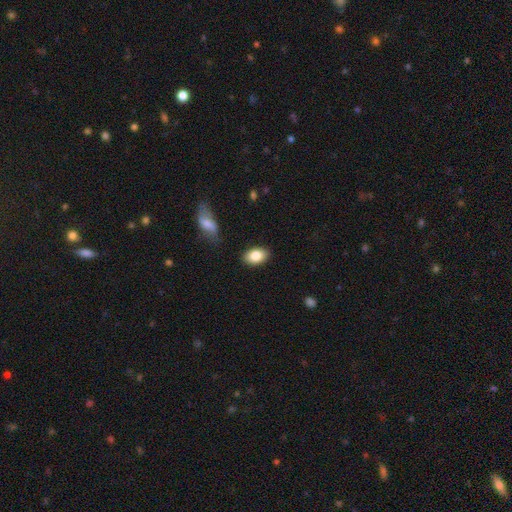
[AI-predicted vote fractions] Overall: smooth (84%). How rounded: in between (89%). Merging: none (86%).